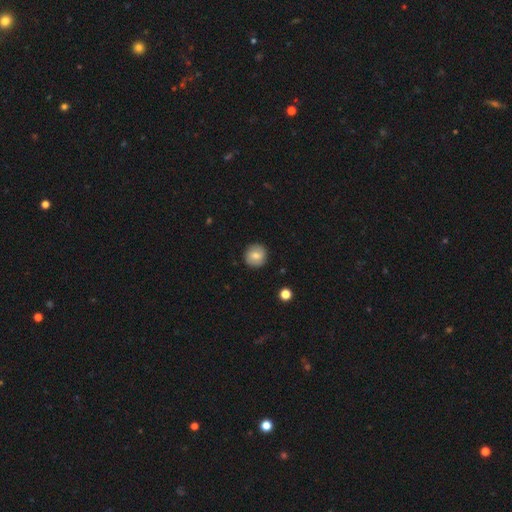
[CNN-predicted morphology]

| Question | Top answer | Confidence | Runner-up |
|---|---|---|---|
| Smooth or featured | smooth | 74% | featured or disk (18%) |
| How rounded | round | 92% | in between (7%) |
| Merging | none | 90% | minor disturbance (7%) |